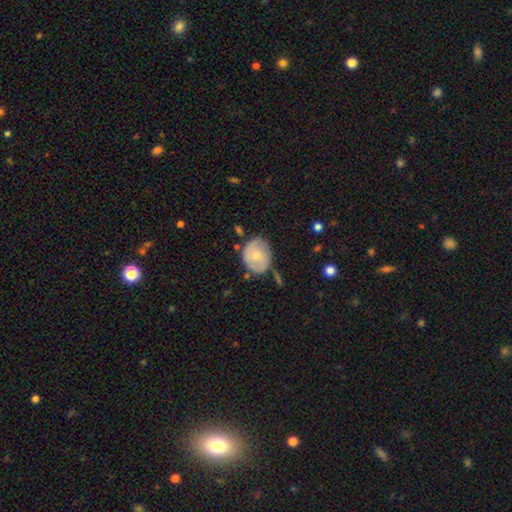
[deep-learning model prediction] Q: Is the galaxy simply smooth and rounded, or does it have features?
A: smooth — 60%.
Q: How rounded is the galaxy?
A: round — 56%.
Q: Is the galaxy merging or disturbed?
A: none — 61%.